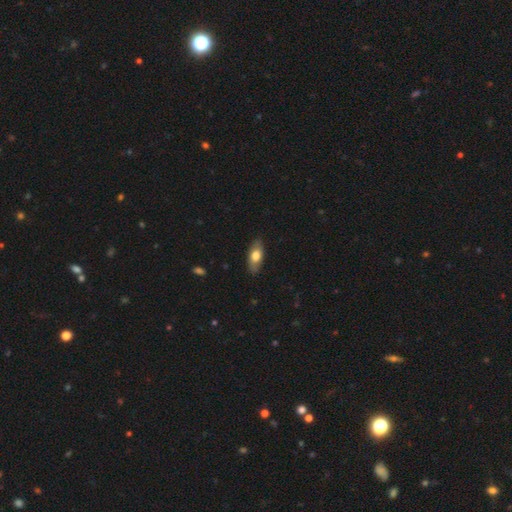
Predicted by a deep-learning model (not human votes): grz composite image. It shows a smooth galaxy with no disk features (69%) that is in between round and cigar-shaped (85%). Merging: none (84%).